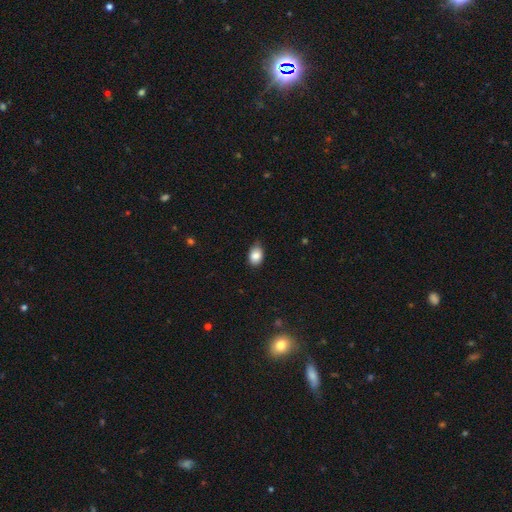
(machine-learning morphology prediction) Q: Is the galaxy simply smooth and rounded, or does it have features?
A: smooth — 86%.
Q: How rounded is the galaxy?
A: in between — 79%.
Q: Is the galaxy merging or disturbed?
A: none — 67%.